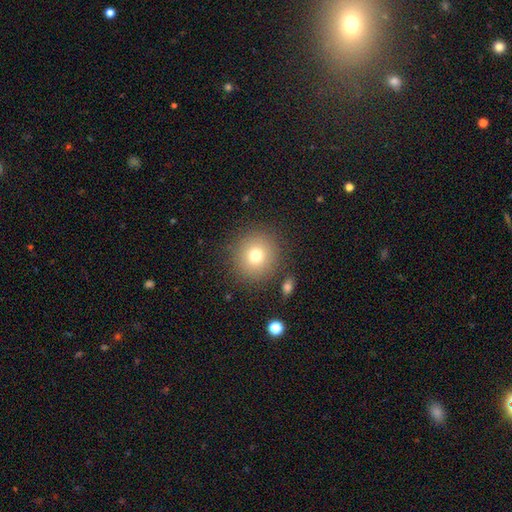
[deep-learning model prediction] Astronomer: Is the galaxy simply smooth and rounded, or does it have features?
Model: smooth — 75%.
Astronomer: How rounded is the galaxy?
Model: round — 93%.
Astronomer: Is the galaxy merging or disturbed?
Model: none — 86%.